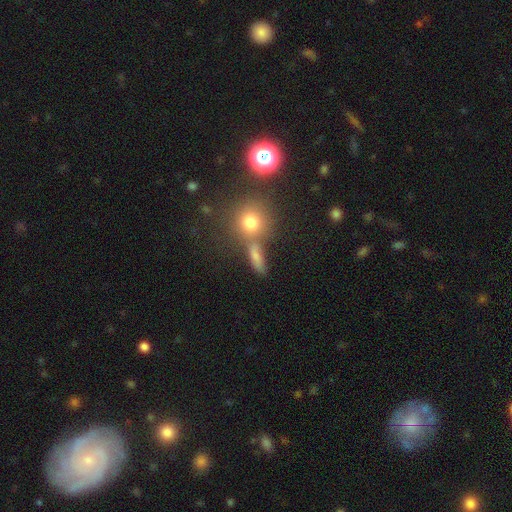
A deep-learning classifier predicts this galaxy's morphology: type=smooth (73%); roundness=in between (37%); merging=none (62%).